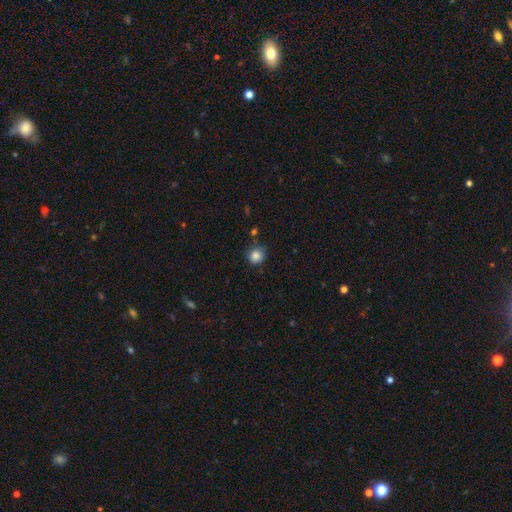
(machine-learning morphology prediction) This appears to be a smooth galaxy with no disk features (85%) that is round (90%). Merging: none (80%).